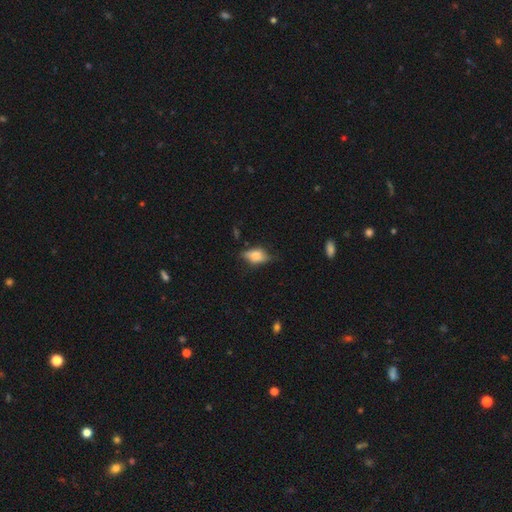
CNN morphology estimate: The model was most divided on "smooth or featured": smooth: 58%, featured or disk: 33%, star or artifact: 9%. More confident: how rounded — in between (81%); merging — none (60%).